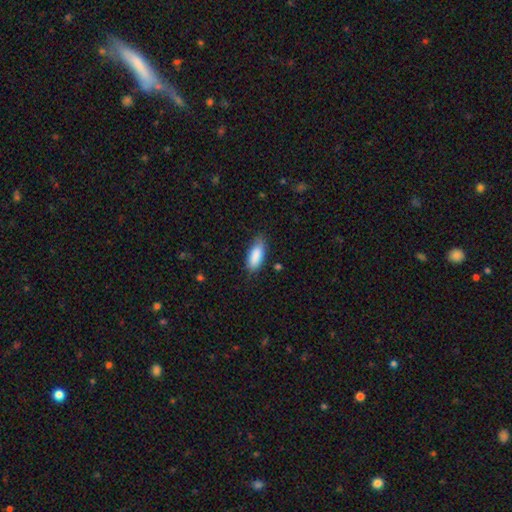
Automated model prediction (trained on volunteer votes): Smooth or featured? smooth (87%)
How rounded? in between (80%)
Merging? none (73%)